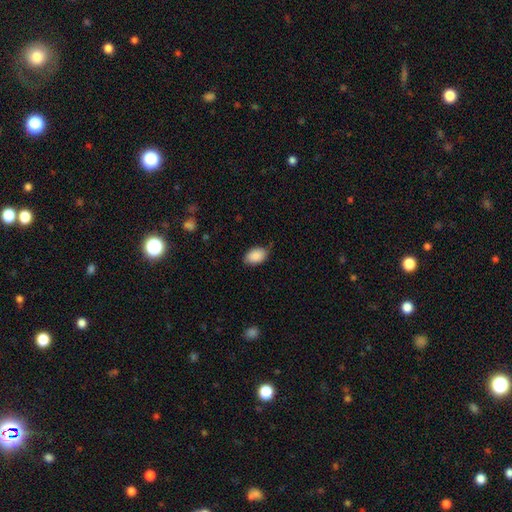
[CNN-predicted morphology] A smooth galaxy with no disk features (89%) that is in between round and cigar-shaped (90%). Merging: none (72%).